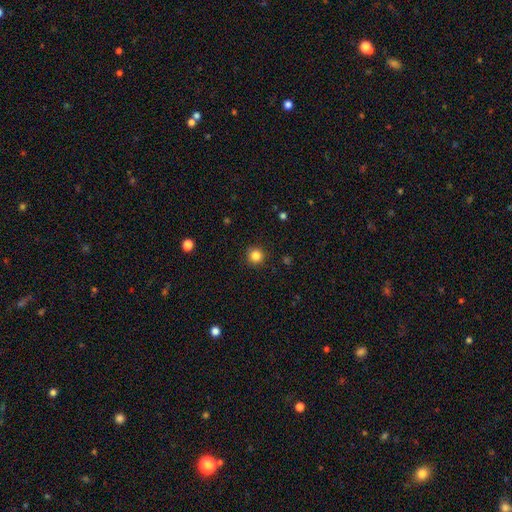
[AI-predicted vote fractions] Smooth or featured? Predicted: smooth (p=0.84). How rounded? Predicted: round (p=0.95). Merging? Predicted: none (p=0.91).